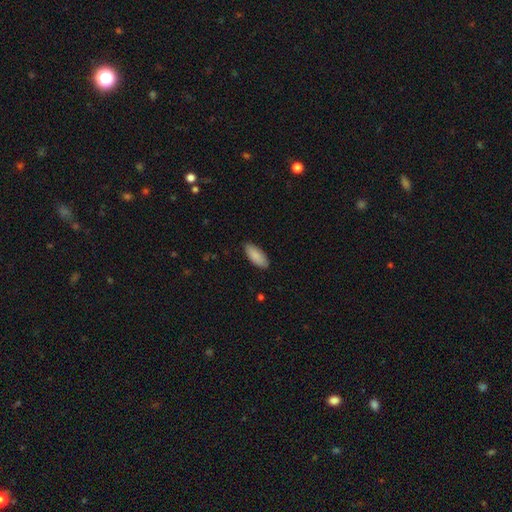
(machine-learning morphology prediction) A smooth galaxy with no disk features (88%) that is in between round and cigar-shaped (85%).

Vote fractions:
- Smooth or featured? smooth: 88% / featured or disk: 7% / star or artifact: 5%
- How rounded? in between: 85% / cigar-shaped: 14% / round: 2%
- Merging? none: 87% / minor disturbance: 10% / major disturbance: 2% / merger: 1%